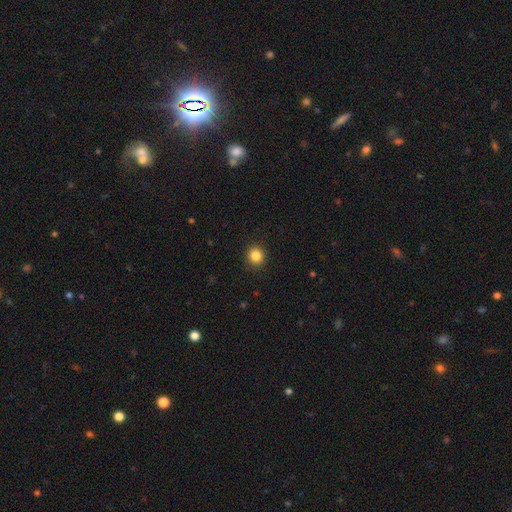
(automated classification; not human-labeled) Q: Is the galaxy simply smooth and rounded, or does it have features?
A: smooth — 85%.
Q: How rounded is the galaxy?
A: round — 91%.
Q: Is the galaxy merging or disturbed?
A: none — 91%.